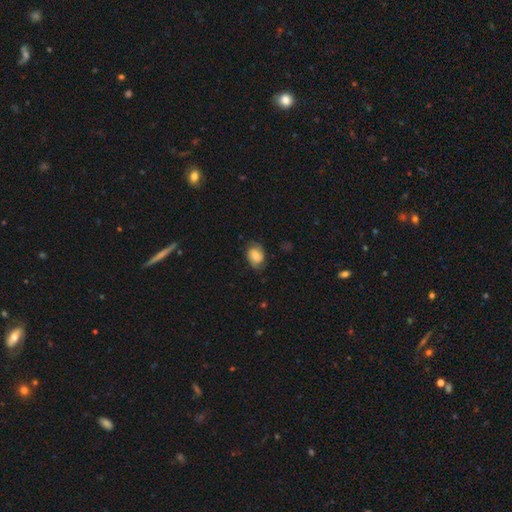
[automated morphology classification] Overall: smooth (67%). How rounded: in between (68%; round 31%). Merging: none (68%).